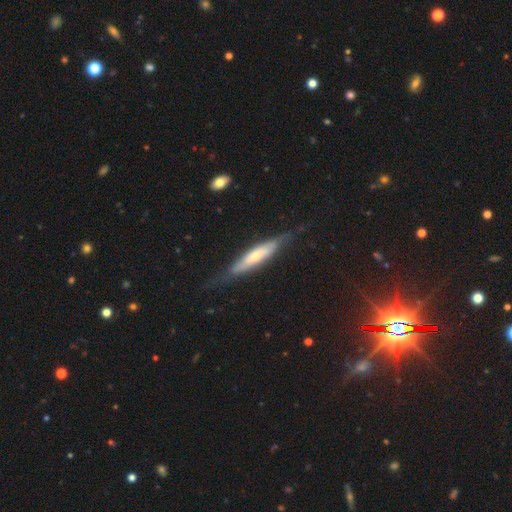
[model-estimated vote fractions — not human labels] A featured or disk galaxy (51%) viewed edge-on (72%).

Vote fractions:
- Smooth or featured? featured or disk: 51% / smooth: 43% / star or artifact: 5%
- Edge-on disk? yes: 72% / no: 28%
- Merging? none: 67% / minor disturbance: 23% / major disturbance: 8% / merger: 2%